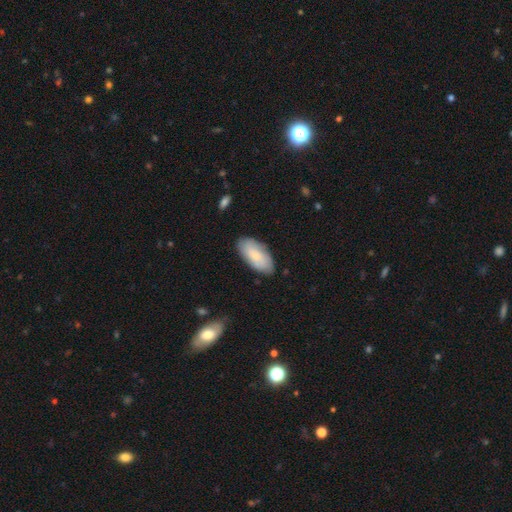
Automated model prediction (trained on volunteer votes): smooth 75%, featured or disk 19%, star or artifact 6%. Down the decision tree: how rounded — in between (93%); merging — none (82%).